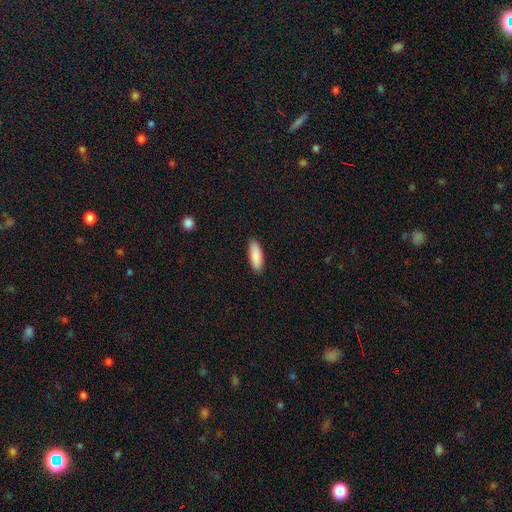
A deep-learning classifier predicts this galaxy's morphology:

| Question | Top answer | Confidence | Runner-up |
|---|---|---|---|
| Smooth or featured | smooth | 90% | star or artifact (6%) |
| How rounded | in between | 65% | cigar-shaped (34%) |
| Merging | none | 89% | minor disturbance (8%) |